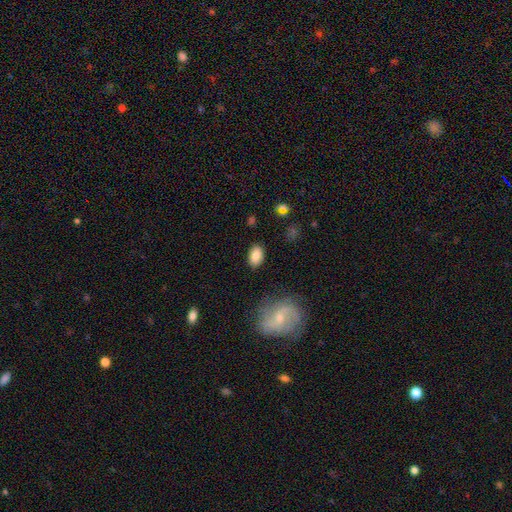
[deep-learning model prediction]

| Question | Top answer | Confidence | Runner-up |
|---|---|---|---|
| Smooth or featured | smooth | 81% | featured or disk (12%) |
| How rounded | in between | 89% | round (10%) |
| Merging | none | 84% | minor disturbance (11%) |